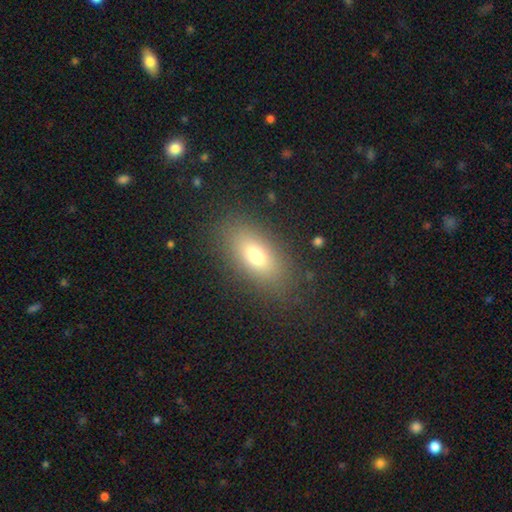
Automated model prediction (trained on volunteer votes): Smooth or featured? smooth (72%)
How rounded? in between (83%)
Merging? none (84%)